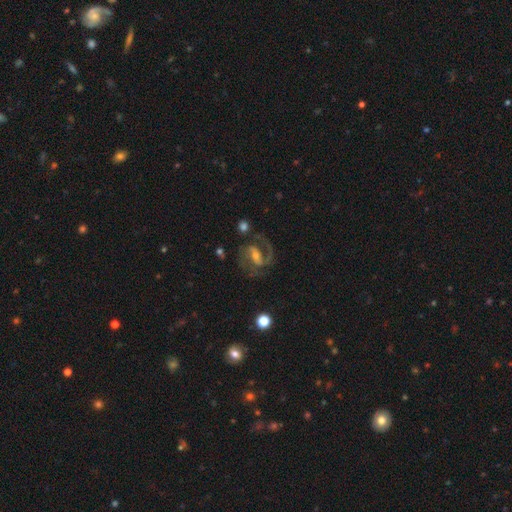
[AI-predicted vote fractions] This is clearly a featured or disk galaxy (87%). It is clearly not viewed edge-on (97%). Bar: possibly strong (45%). Spiral arm pattern: clearly yes (97%). Spiral arm count: clearly 2 (87%). Spiral winding: possibly medium (60%). Central bulge: possibly small (52%). Merging: likely none (73%).